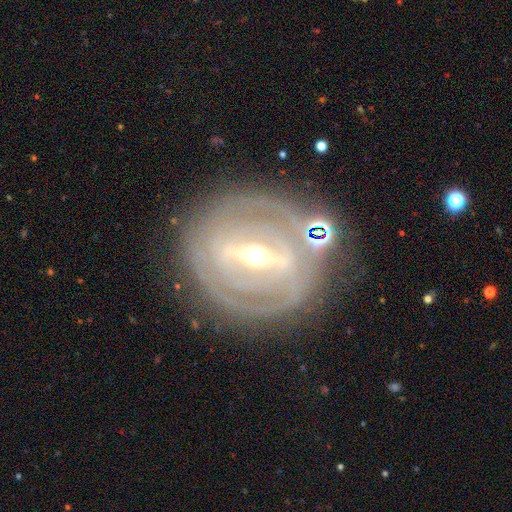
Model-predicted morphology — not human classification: featured or disk 85%, smooth 9%, star or artifact 6%. Down the decision tree: edge-on disk — no (89%); bar — strong (71%); spiral arms — yes (68%); spiral arm count — can't tell (45%); spiral winding — tight (78%); bulge size — moderate (54%); merging — none (77%).